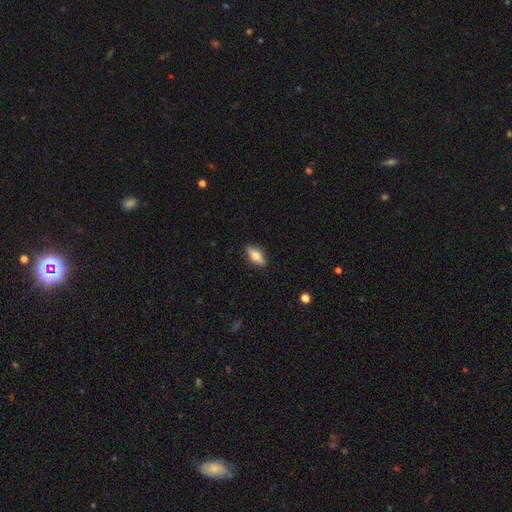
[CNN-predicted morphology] smooth 59%, featured or disk 34%, star or artifact 7%. Down the decision tree: how rounded — in between (72%); merging — none (87%).